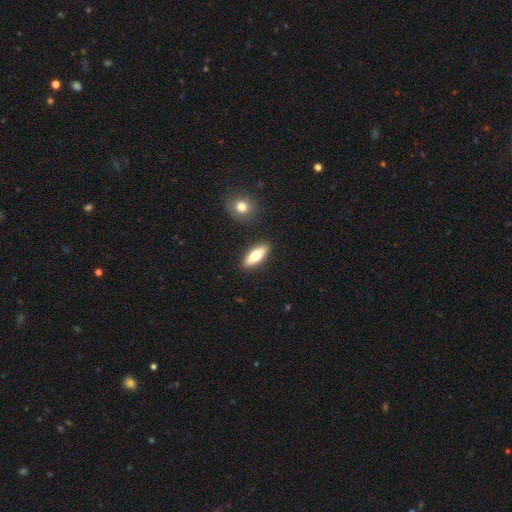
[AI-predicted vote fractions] Smooth or featured? smooth (60%)
How rounded? in between (58%)
Merging? none (88%)